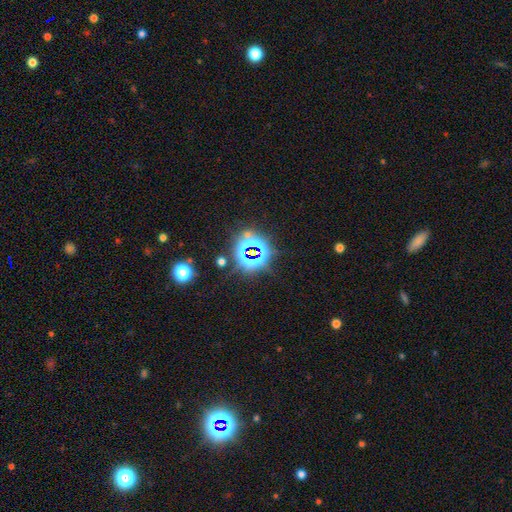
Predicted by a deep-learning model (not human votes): smooth-or-featured: star or artifact: 77% | smooth: 14% | featured or disk: 9%